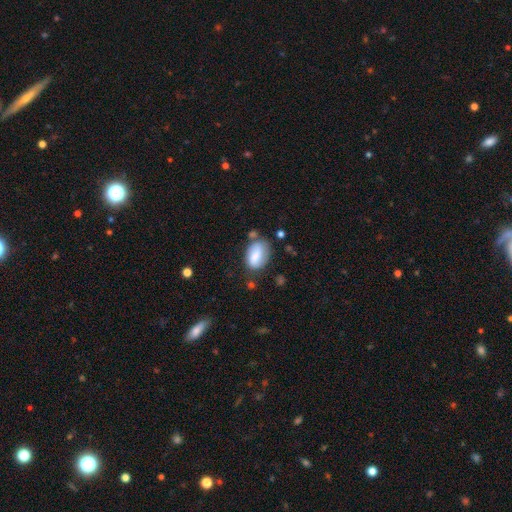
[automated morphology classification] A smooth galaxy with no disk features (76%) that is in between round and cigar-shaped (88%). Merging: none (54%).